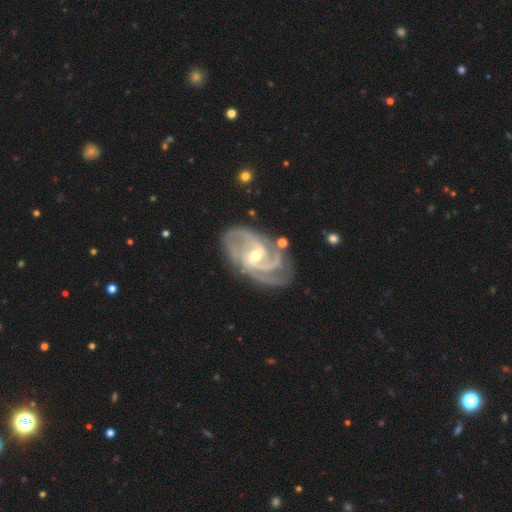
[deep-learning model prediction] Smooth or featured? Predicted: featured or disk (p=0.93). Edge-on disk? Predicted: no (p=0.97). Bar? Predicted: weak (p=0.50). Spiral arms? Predicted: yes (p=0.98). Spiral winding? Predicted: medium (p=0.48). Spiral arm count? Predicted: 3 (p=0.45). Bulge size? Predicted: moderate (p=0.49). Merging? Predicted: none (p=0.70).